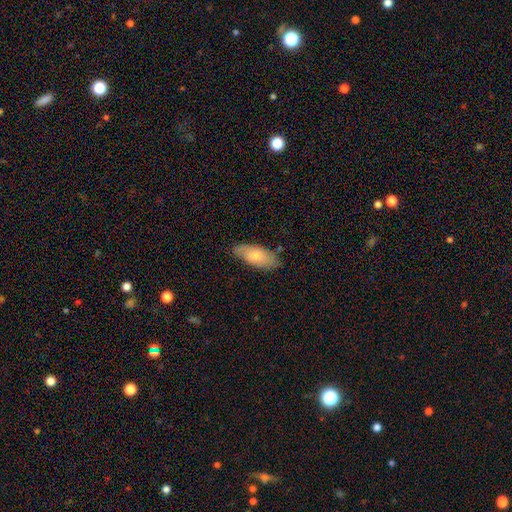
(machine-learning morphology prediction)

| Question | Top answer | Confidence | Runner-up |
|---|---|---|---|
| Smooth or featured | smooth | 70% | featured or disk (24%) |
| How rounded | in between | 87% | cigar-shaped (11%) |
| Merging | none | 73% | minor disturbance (21%) |